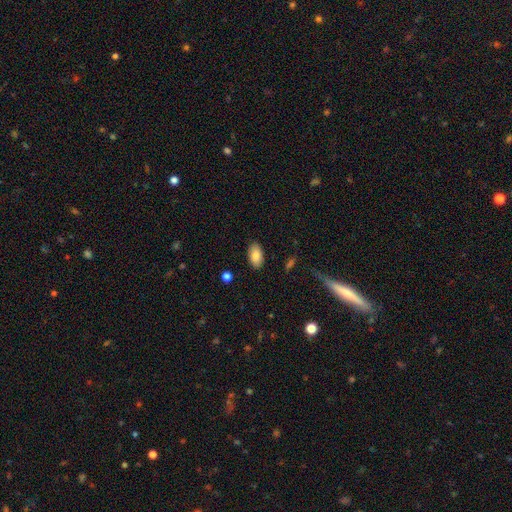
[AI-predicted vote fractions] Smooth or featured: smooth — 84% (featured or disk — 9%)
How rounded: in between — 94% (round — 4%)
Merging: none — 87% (minor disturbance — 10%)